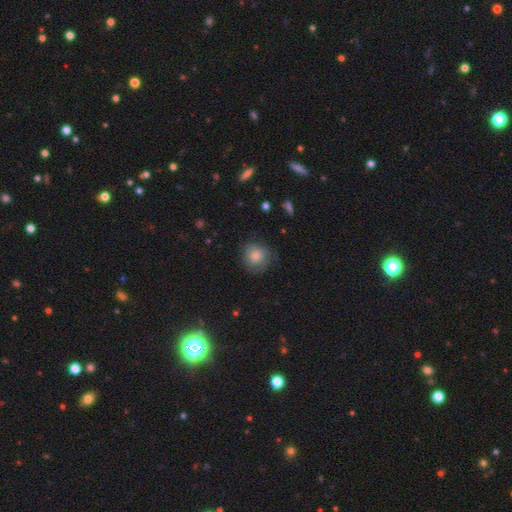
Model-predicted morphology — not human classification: This appears to be a smooth galaxy with no disk features (79%) that is round (87%). Merging: none (71%).